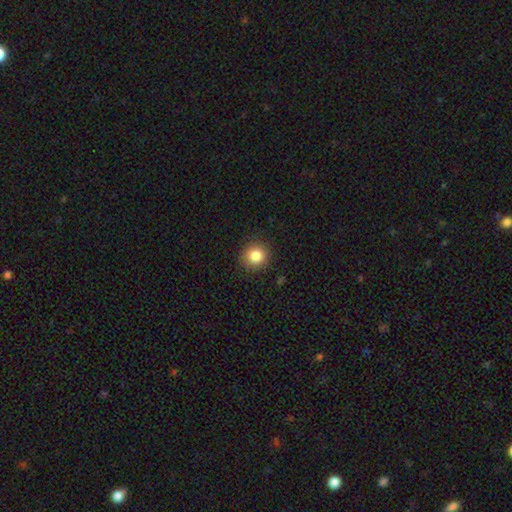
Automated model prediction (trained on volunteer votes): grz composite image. It shows a smooth galaxy with no disk features (84%) that is round (90%). Merging: none (90%).